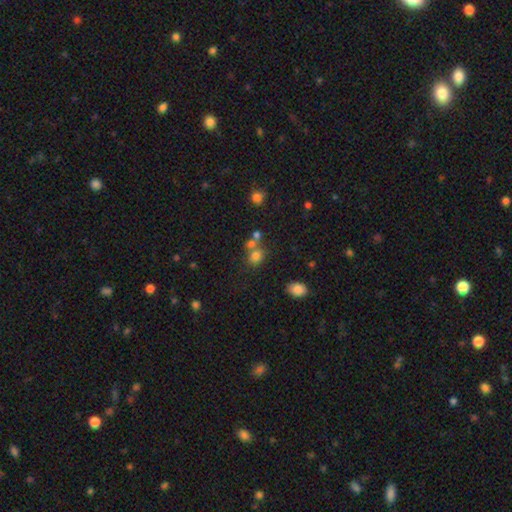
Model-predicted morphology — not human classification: Overall: smooth (76%). How rounded: round (63%; in between 36%). Merging: none (49%; merger 35%).